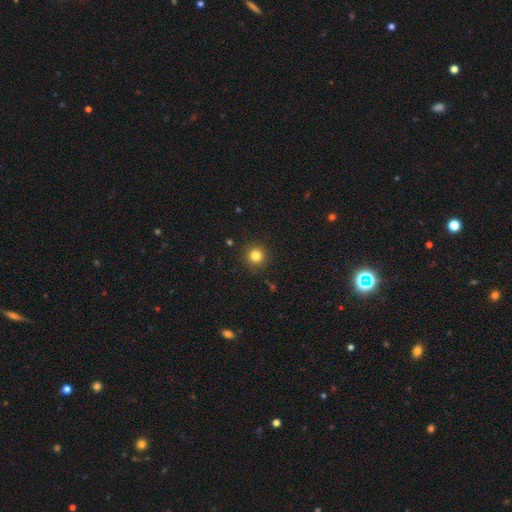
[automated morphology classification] Q: Smooth or featured?
A: smooth (82%); runner-up: star or artifact (13%)
Q: How rounded?
A: round (95%); runner-up: in between (4%)
Q: Merging?
A: none (91%); runner-up: minor disturbance (6%)